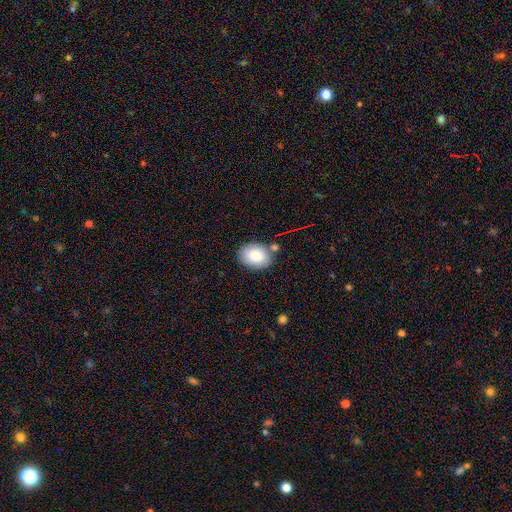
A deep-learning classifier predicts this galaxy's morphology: Smooth or featured? Predicted: smooth (p=0.85). How rounded? Predicted: in between (p=0.70). Merging? Predicted: none (p=0.77).